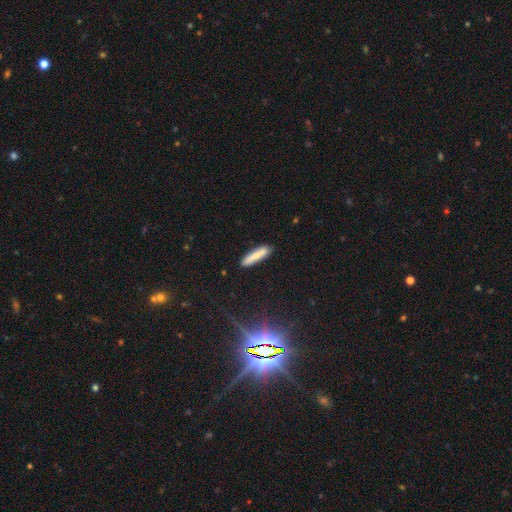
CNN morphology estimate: type=smooth (77%); roundness=cigar-shaped (87%); merging=none (87%).